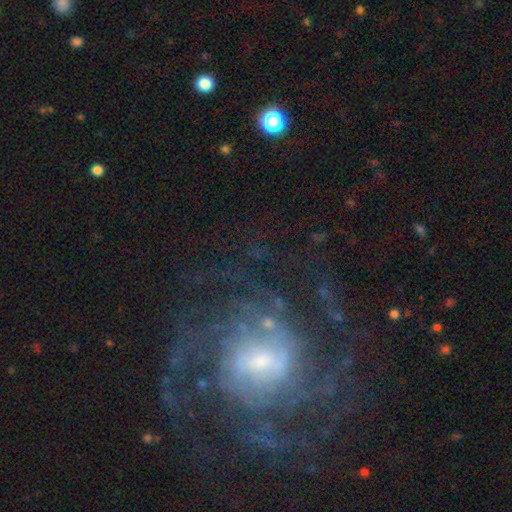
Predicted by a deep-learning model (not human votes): Smooth or featured: featured or disk — 80% (star or artifact — 11%)
Edge-on disk: no — 97% (yes — 3%)
Bar: weak — 45% (no — 39%)
Spiral arms: yes — 92% (no — 8%)
Spiral winding: tight — 43% (medium — 37%)
Spiral arm count: can't tell — 35% (2 — 19%)
Bulge size: small — 57% (moderate — 30%)
Merging: none — 65% (major disturbance — 18%)